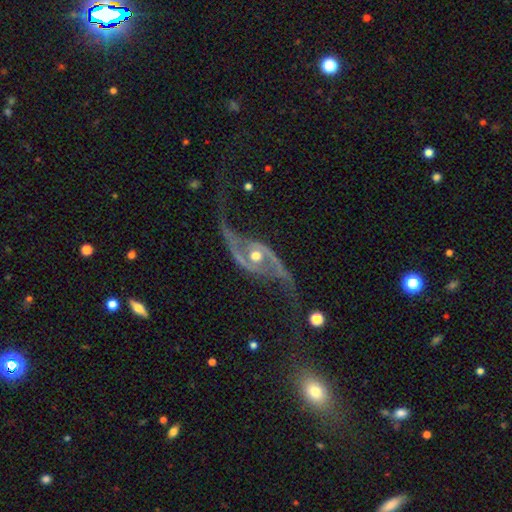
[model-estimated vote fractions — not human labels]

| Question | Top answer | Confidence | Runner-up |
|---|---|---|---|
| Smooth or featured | featured or disk | 92% | smooth (5%) |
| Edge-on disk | no | 91% | yes (9%) |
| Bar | no | 65% | weak (23%) |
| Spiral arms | yes | 94% | no (6%) |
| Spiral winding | loose | 68% | medium (24%) |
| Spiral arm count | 2 | 94% | can't tell (2%) |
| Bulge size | moderate | 78% | small (12%) |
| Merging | none | 61% | major disturbance (18%) |